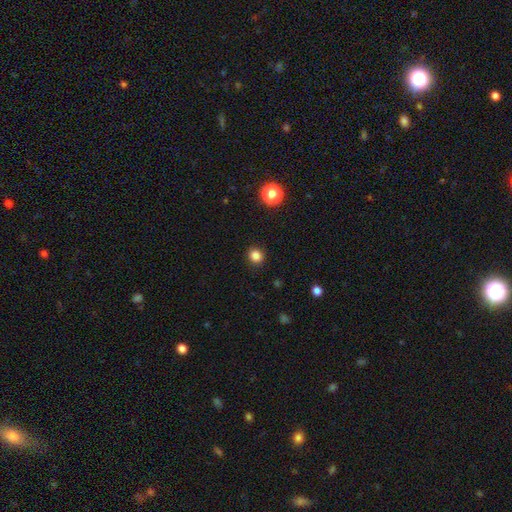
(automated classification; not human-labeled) This is clearly a smooth galaxy (84%). How rounded: clearly round (85%). Merging: clearly none (91%).